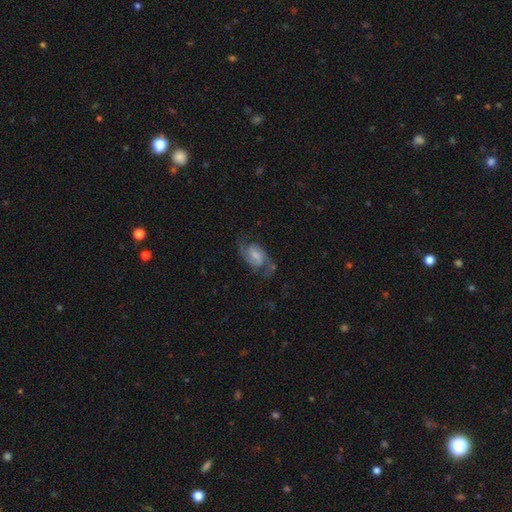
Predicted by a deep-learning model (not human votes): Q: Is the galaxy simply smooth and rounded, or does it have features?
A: featured or disk — 82%.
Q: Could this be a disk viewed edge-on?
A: no — 97%.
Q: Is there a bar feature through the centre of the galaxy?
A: weak — 52%.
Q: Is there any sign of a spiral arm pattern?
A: yes — 96%.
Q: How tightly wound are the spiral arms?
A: medium — 53%.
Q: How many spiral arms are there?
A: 2 — 90%.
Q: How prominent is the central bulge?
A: small — 42%.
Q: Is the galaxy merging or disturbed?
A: none — 66%.